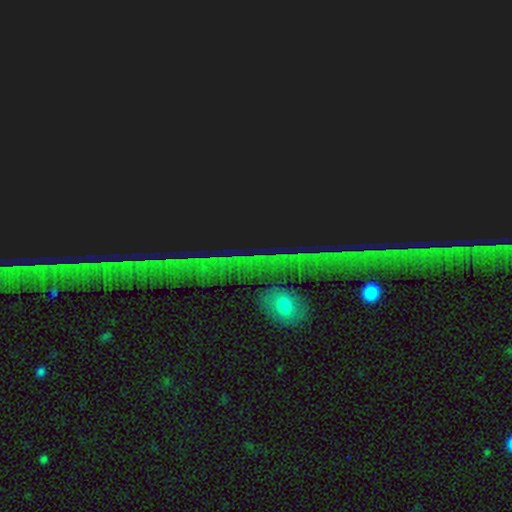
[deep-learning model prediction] A star or artifact, not a galaxy (76%).